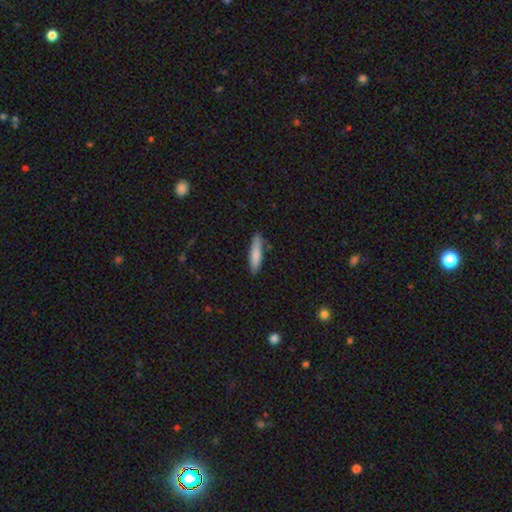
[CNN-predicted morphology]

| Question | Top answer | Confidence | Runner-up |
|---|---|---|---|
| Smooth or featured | smooth | 82% | featured or disk (13%) |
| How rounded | cigar-shaped | 81% | in between (17%) |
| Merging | none | 85% | minor disturbance (11%) |